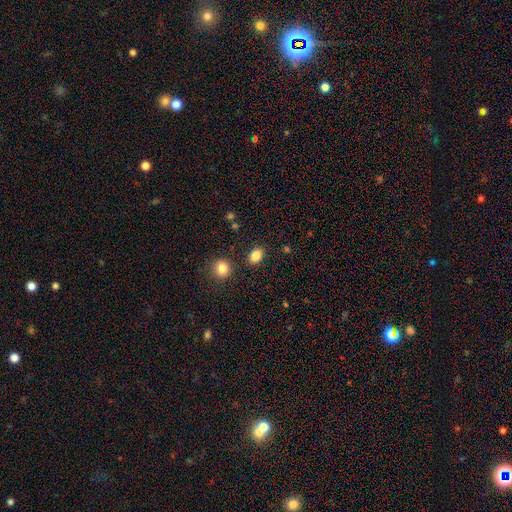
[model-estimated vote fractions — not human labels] Q: Smooth or featured?
A: smooth (84%); runner-up: star or artifact (10%)
Q: How rounded?
A: in between (68%); runner-up: round (30%)
Q: Merging?
A: none (84%); runner-up: minor disturbance (9%)